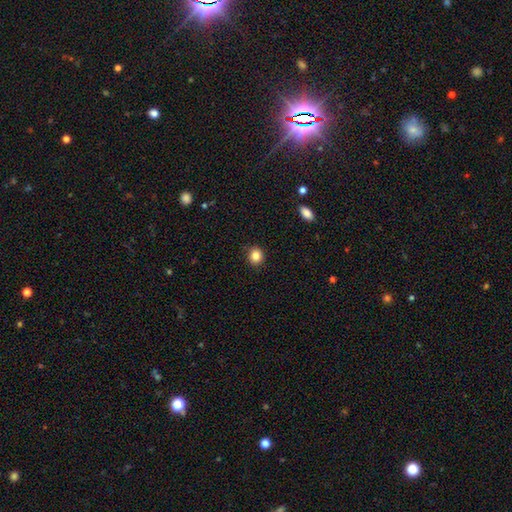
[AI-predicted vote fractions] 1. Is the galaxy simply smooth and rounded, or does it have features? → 85% smooth, 10% star or artifact, 5% featured or disk.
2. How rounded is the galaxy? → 79% round, 20% in between, 1% cigar-shaped.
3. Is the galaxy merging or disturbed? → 90% none, 7% minor disturbance, 2% major disturbance, 1% merger.